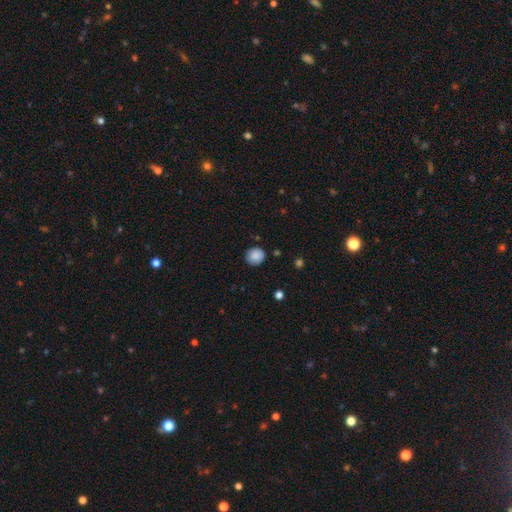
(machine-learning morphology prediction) type=smooth (87%); roundness=round (86%); merging=none (83%).